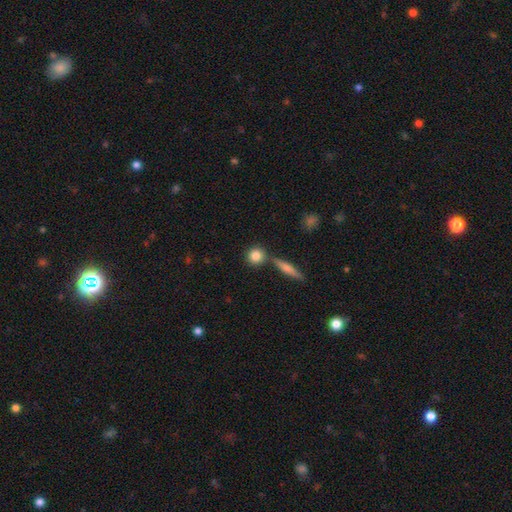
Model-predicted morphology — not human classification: Q: Smooth or featured?
A: smooth (82%); runner-up: featured or disk (9%)
Q: How rounded?
A: round (85%); runner-up: in between (11%)
Q: Merging?
A: none (73%); runner-up: merger (15%)